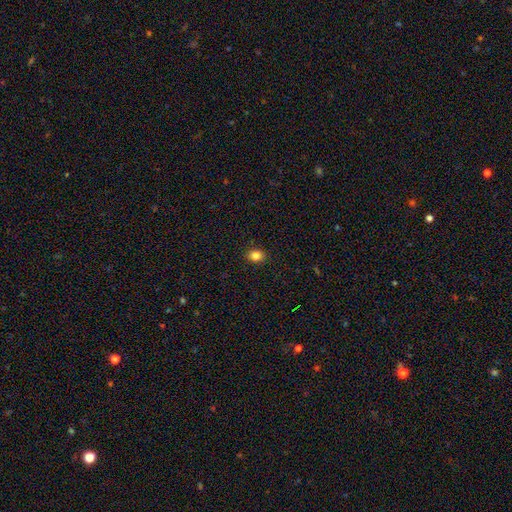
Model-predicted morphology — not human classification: Smooth or featured?
  - smooth: 84% *
  - star or artifact: 11%
  - featured or disk: 5%
How rounded?
  - in between: 52% *
  - round: 48%
  - cigar-shaped: 1%
Merging?
  - none: 90% *
  - minor disturbance: 7%
  - major disturbance: 2%
  - merger: 1%